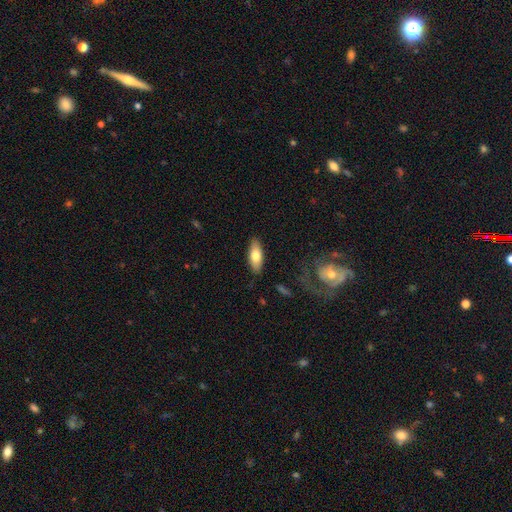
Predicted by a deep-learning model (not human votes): Overall: smooth (74%). How rounded: in between (76%). Merging: none (86%).